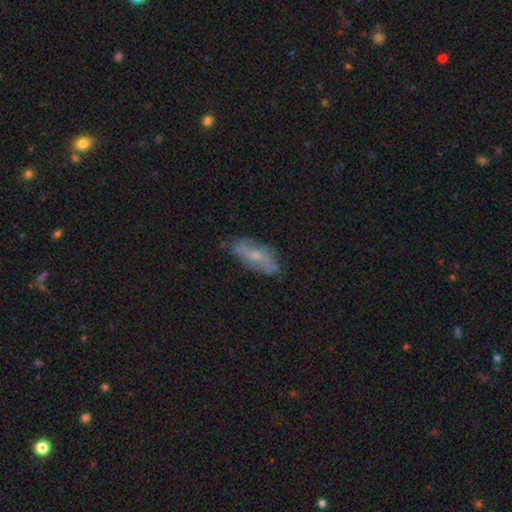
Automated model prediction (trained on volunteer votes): Smooth or featured? featured or disk (51%)
Edge-on disk? no (80%)
Merging? none (69%)